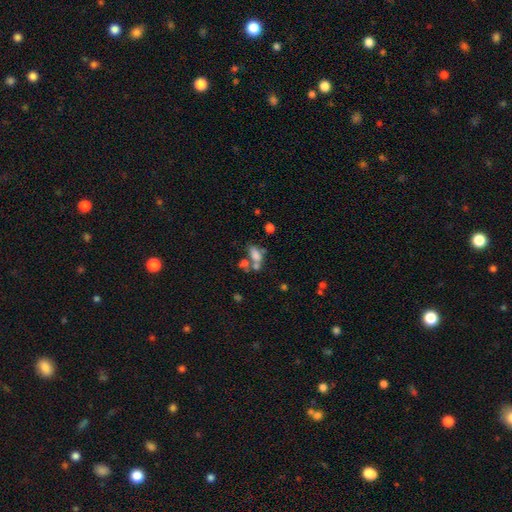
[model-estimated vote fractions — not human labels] The model was most divided on "merging": merger: 43%, none: 31%, minor disturbance: 14%, major disturbance: 12%. More confident: how rounded — in between (82%); smooth or featured — smooth (65%).